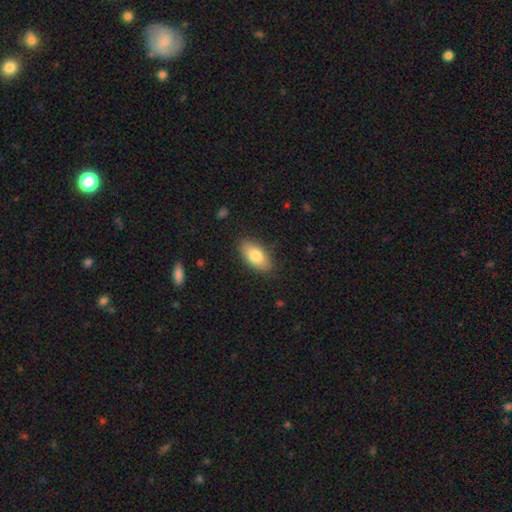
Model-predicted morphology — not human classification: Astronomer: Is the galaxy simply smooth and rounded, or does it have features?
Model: smooth — 80%.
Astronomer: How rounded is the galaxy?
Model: in between — 92%.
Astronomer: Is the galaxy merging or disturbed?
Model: none — 85%.